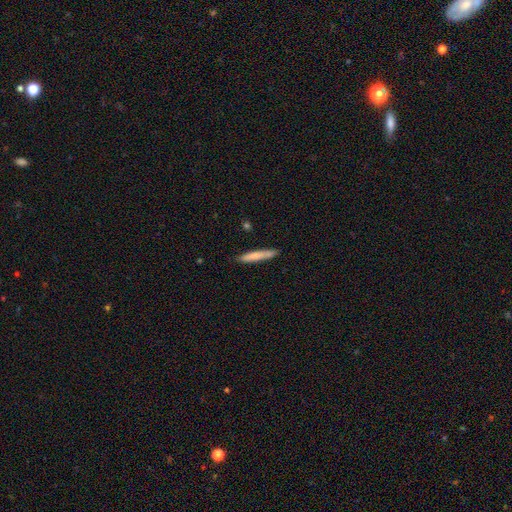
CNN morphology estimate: Smooth or featured?
  - smooth: 74% *
  - featured or disk: 20%
  - star or artifact: 6%
How rounded?
  - cigar-shaped: 94% *
  - in between: 5%
  - round: 1%
Merging?
  - none: 82% *
  - minor disturbance: 13%
  - merger: 3%
  - major disturbance: 2%